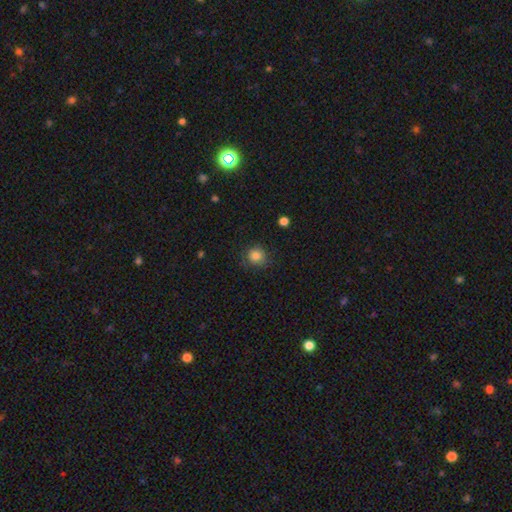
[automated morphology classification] A smooth galaxy with no disk features (84%) that is round (90%).

Vote fractions:
- Smooth or featured? smooth: 84% / star or artifact: 10% / featured or disk: 6%
- How rounded? round: 90% / in between: 9% / cigar-shaped: 1%
- Merging? none: 79% / minor disturbance: 15% / major disturbance: 5% / merger: 1%